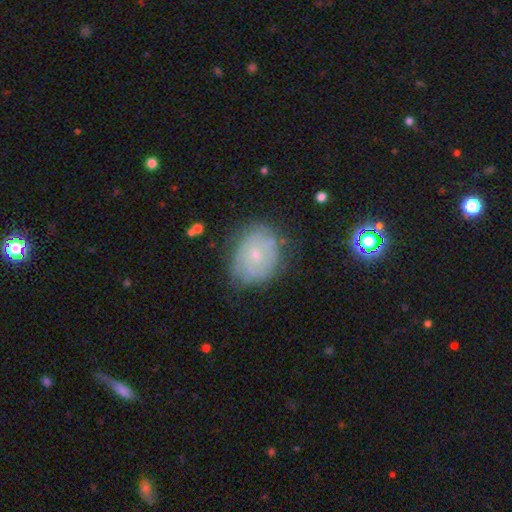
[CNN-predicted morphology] This is possibly a featured or disk galaxy (52%). It is clearly not viewed edge-on (97%). Bar: likely no (75%). Spiral arm pattern: likely yes (63%). Central bulge: likely small (74%). Merging: likely none (65%).